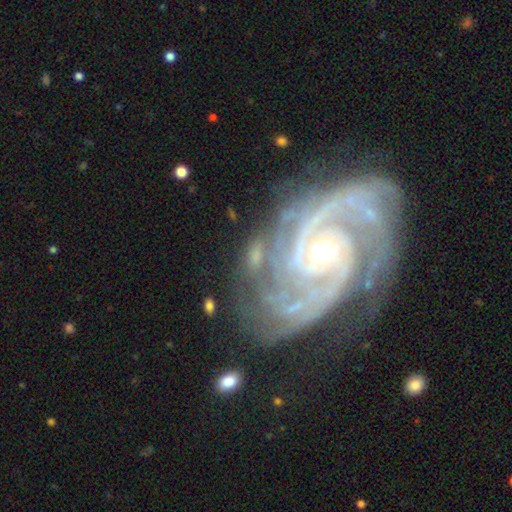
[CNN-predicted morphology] A featured or disk galaxy (61%) with no bar (41%), spiral arms (87%) and a small central bulge (48%).

Vote fractions:
- Smooth or featured? featured or disk: 61% / smooth: 24% / star or artifact: 16%
- Edge-on disk? no: 93% / yes: 7%
- Bar? no: 41% / weak: 30% / strong: 29%
- Spiral arms? yes: 87% / no: 13%
- Bulge size? small: 48% / moderate: 38% / large: 7% / none: 4% / dominant: 3%
- Merging? none: 63% / minor disturbance: 18% / major disturbance: 11% / merger: 8%